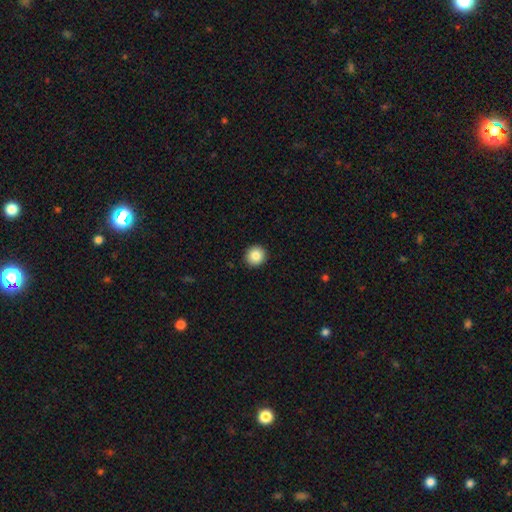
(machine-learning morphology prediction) smooth-or-featured: smooth: 86% | star or artifact: 9% | featured or disk: 5%
  how-rounded: round: 92% | in between: 7% | cigar-shaped: 1%
  merging: none: 92% | minor disturbance: 5% | major disturbance: 2% | merger: 1%